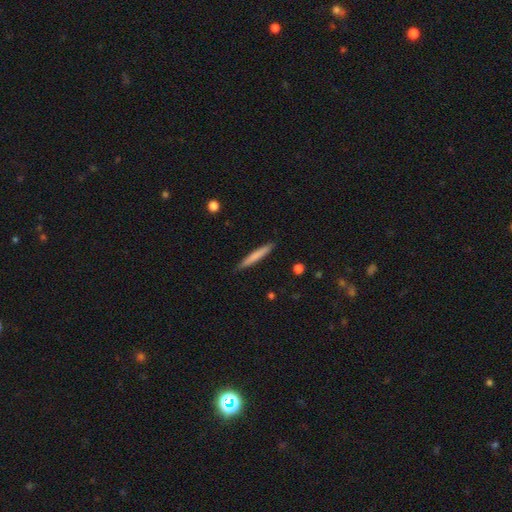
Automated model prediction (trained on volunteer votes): Overall: smooth (74%). How rounded: cigar-shaped (95%). Merging: none (89%).